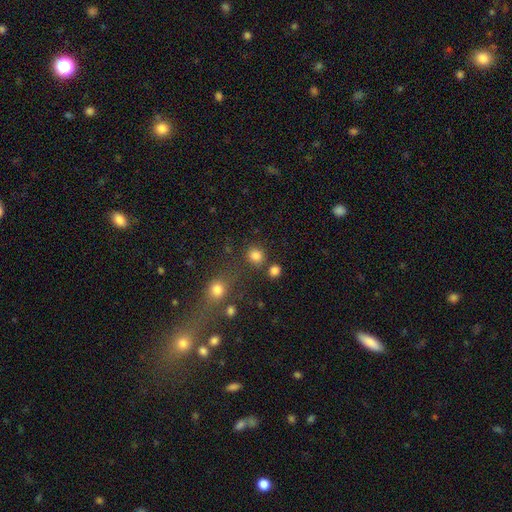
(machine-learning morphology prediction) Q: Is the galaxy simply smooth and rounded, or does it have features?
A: smooth — 82%.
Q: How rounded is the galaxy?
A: round — 86%.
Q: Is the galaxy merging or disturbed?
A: none — 77%.